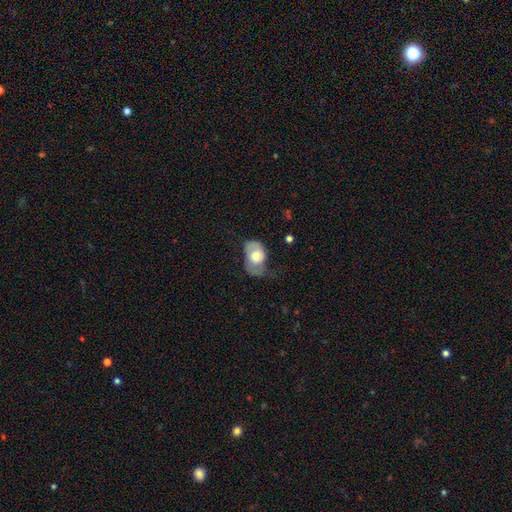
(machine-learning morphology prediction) The model was most divided on "merging": major disturbance: 39%, minor disturbance: 34%, none: 24%, merger: 3%. More confident: how rounded — in between (80%); smooth or featured — smooth (58%).